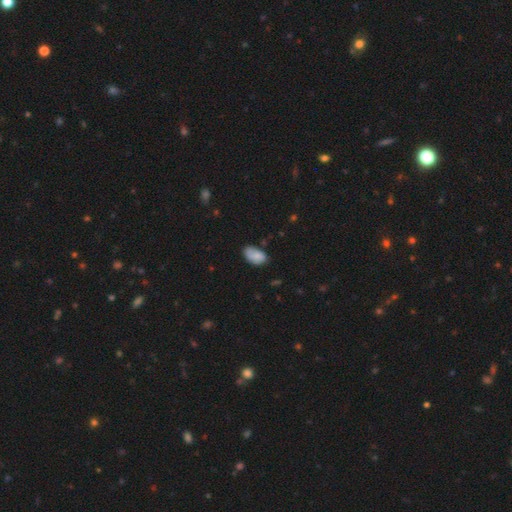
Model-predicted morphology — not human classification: A smooth galaxy with no disk features (76%) that is in between round and cigar-shaped (92%).

Vote fractions:
- Smooth or featured? smooth: 76% / featured or disk: 16% / star or artifact: 8%
- How rounded? in between: 92% / round: 6% / cigar-shaped: 2%
- Merging? none: 58% / minor disturbance: 31% / major disturbance: 6% / merger: 4%